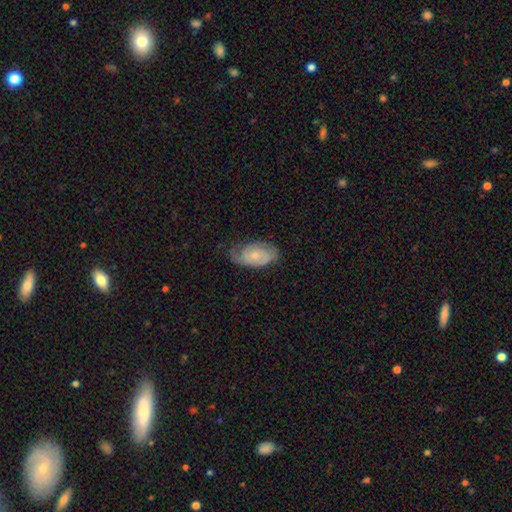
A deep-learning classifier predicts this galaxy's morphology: smooth-or-featured: featured or disk: 59% | smooth: 35% | star or artifact: 6%
  disk-edge-on: no: 95% | yes: 5%
    bar: no: 78% | weak: 20% | strong: 3%
    has-spiral-arms: yes: 85% | no: 15%
    bulge-size: small: 59% | moderate: 35% | none: 3% | large: 2% | dominant: 1%
  merging: none: 57% | minor disturbance: 30% | major disturbance: 12% | merger: 1%